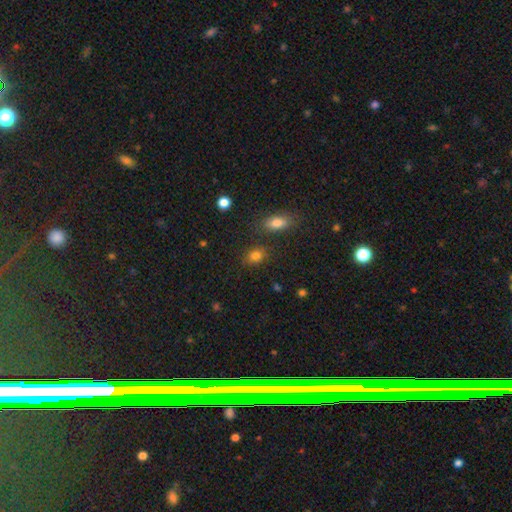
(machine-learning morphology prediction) This is clearly a smooth galaxy (81%). How rounded: possibly in between (55%). Merging: likely none (79%).